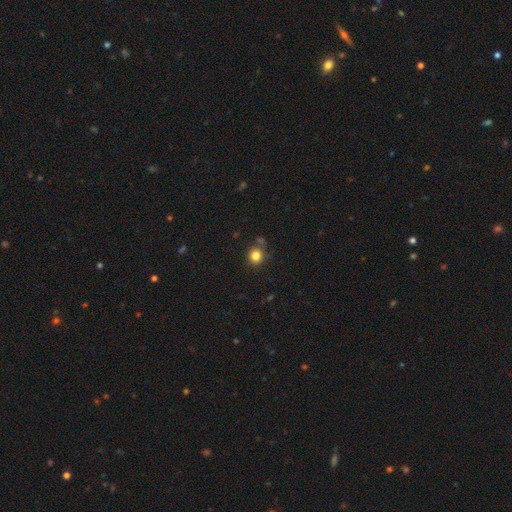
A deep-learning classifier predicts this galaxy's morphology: This appears to be a smooth galaxy with no disk features (82%) that is round (90%). Merging: none (79%).